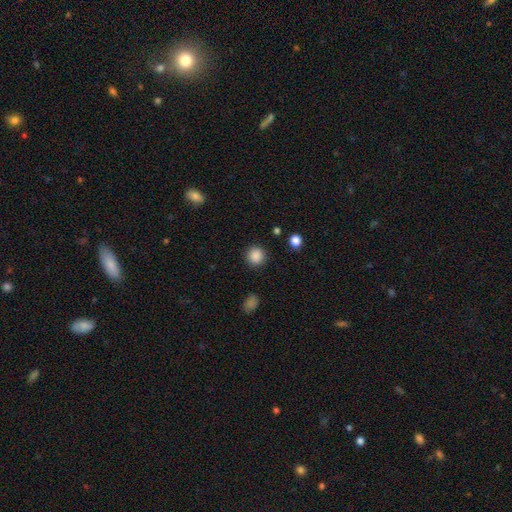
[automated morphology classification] smooth 87%, star or artifact 10%, featured or disk 3%. Down the decision tree: how rounded — round (93%); merging — none (90%).